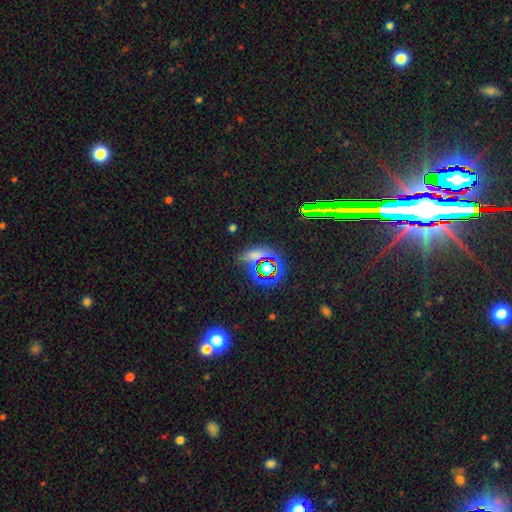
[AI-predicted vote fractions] Overall: star or artifact (58%; smooth 31%).